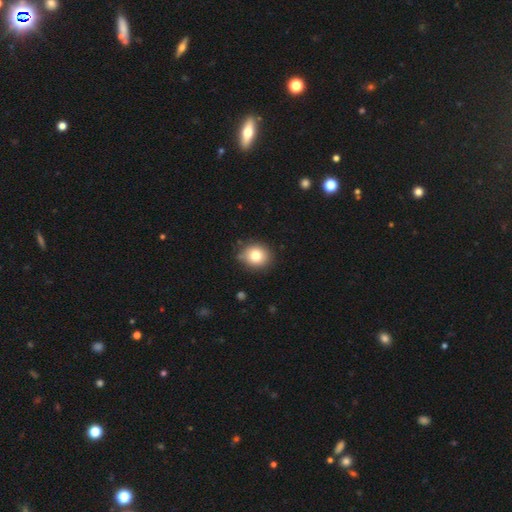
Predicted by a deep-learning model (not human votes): Smooth or featured: smooth — 78% (star or artifact — 11%)
How rounded: round — 76% (in between — 23%)
Merging: none — 79% (minor disturbance — 16%)